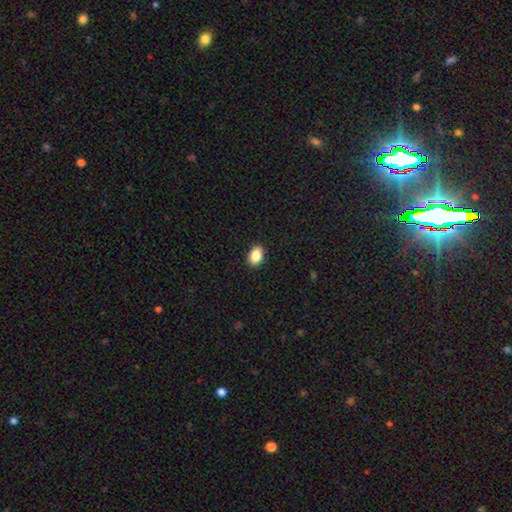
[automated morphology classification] This appears to be a smooth galaxy with no disk features (87%) that is in between round and cigar-shaped (84%). Merging: none (90%).